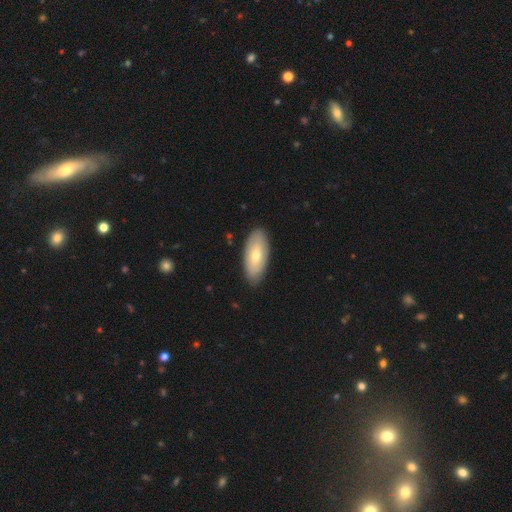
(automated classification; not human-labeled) Q: Smooth or featured?
A: smooth (62%); runner-up: featured or disk (33%)
Q: How rounded?
A: in between (89%); runner-up: cigar-shaped (9%)
Q: Merging?
A: none (86%); runner-up: minor disturbance (11%)